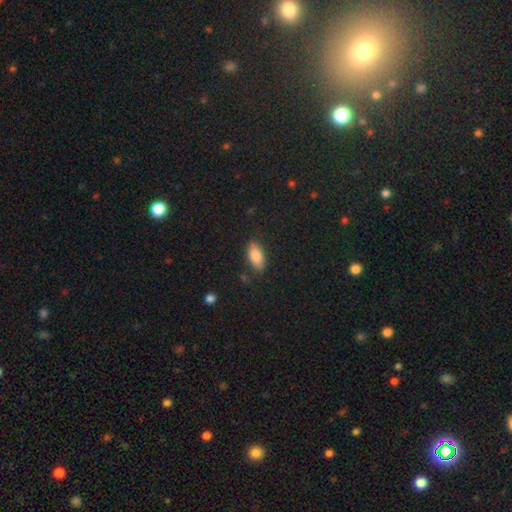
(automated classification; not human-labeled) smooth_or_featured: smooth (p=0.84) [alt: featured or disk p=0.08]
how_rounded: in between (p=0.89) [alt: cigar-shaped p=0.08]
merging: none (p=0.79) [alt: minor disturbance p=0.15]